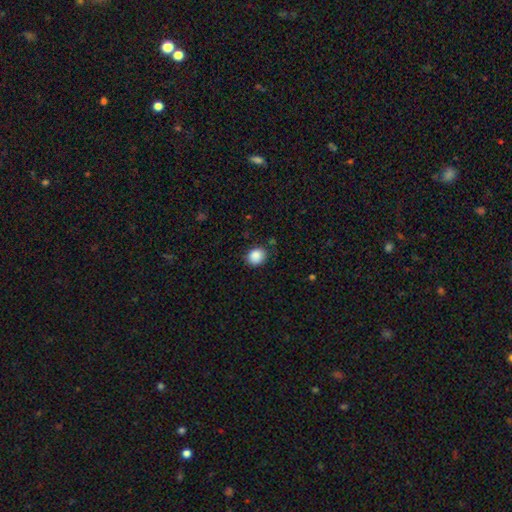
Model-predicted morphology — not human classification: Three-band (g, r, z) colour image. It shows a smooth galaxy with no disk features (88%) that is round (67%). Merging: none (83%).